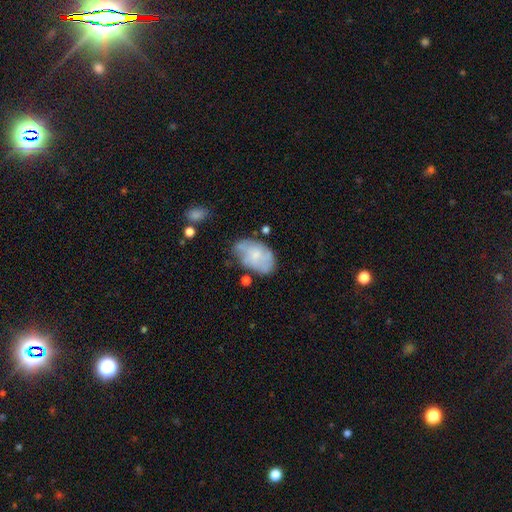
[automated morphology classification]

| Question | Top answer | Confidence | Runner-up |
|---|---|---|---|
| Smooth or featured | smooth | 50% | featured or disk (42%) |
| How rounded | in between | 88% | round (10%) |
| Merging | none | 51% | minor disturbance (31%) |